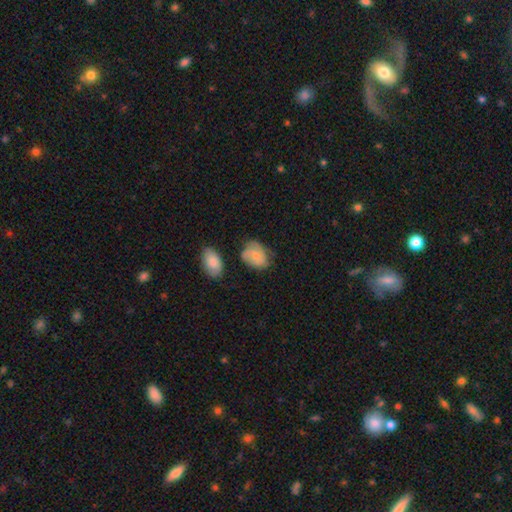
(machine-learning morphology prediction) Smooth or featured? smooth (69%)
How rounded? in between (69%)
Merging? none (49%)